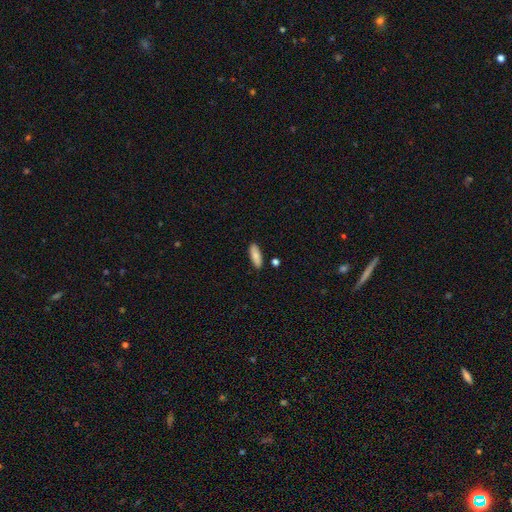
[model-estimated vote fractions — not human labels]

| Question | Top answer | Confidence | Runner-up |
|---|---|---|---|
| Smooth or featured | smooth | 84% | featured or disk (10%) |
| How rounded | in between | 66% | cigar-shaped (32%) |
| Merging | none | 87% | minor disturbance (9%) |